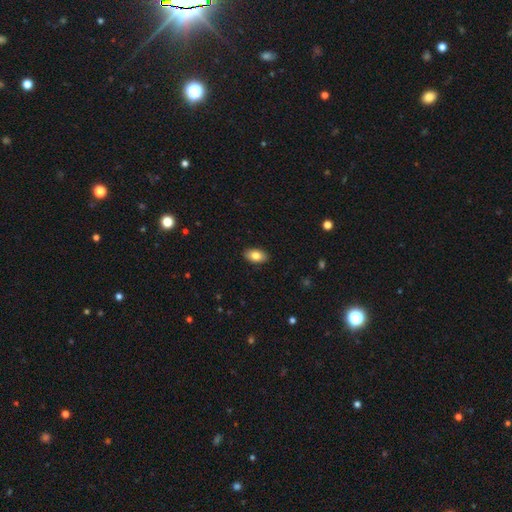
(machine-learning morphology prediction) A smooth galaxy with no disk features (81%) that is in between round and cigar-shaped (92%).

Vote fractions:
- Smooth or featured? smooth: 81% / featured or disk: 11% / star or artifact: 7%
- How rounded? in between: 92% / round: 6% / cigar-shaped: 2%
- Merging? none: 90% / minor disturbance: 8% / major disturbance: 2% / merger: 1%